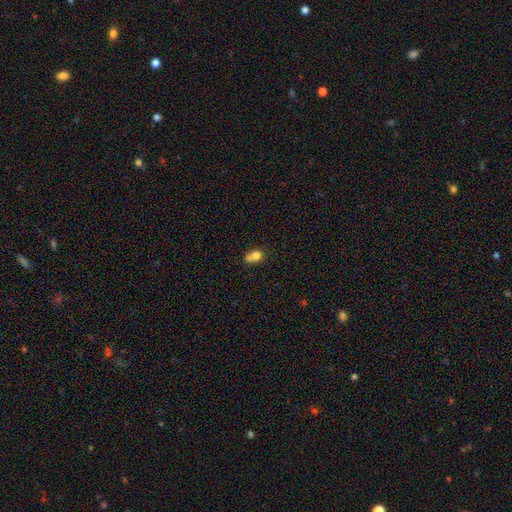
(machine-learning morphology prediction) smooth_or_featured: smooth (p=0.73) [alt: featured or disk p=0.15]
how_rounded: round (p=0.64) [alt: in between p=0.34]
merging: merger (p=0.51) [alt: none p=0.33]